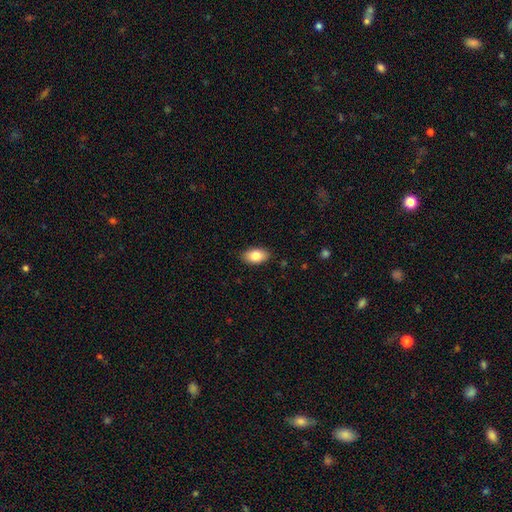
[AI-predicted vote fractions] smooth 82%, featured or disk 11%, star or artifact 7%. Down the decision tree: how rounded — in between (93%); merging — none (87%).